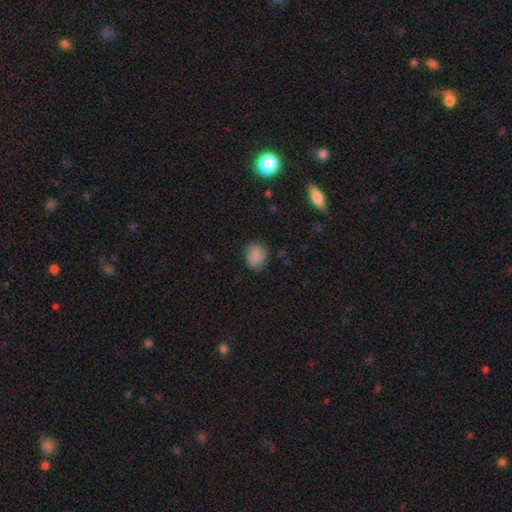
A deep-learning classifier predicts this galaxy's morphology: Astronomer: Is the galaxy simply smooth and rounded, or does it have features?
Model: smooth — 85%.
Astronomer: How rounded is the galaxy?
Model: round — 67%.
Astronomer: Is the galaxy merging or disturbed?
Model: none — 78%.